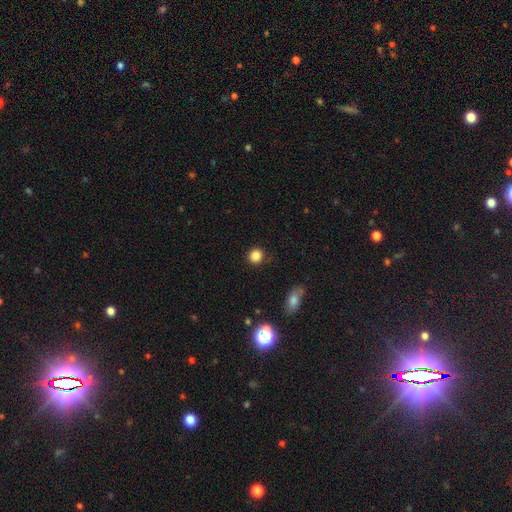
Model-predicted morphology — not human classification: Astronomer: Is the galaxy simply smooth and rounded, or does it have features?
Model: smooth — 85%.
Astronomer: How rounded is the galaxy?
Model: round — 90%.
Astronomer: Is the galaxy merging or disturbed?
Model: none — 88%.